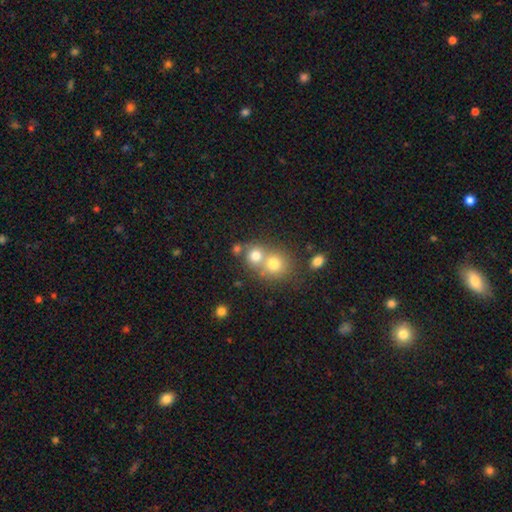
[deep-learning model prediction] The model was most divided on "merging": merger: 49%, none: 41%, minor disturbance: 6%, major disturbance: 3%. More confident: how rounded — round (83%); smooth or featured — smooth (74%).